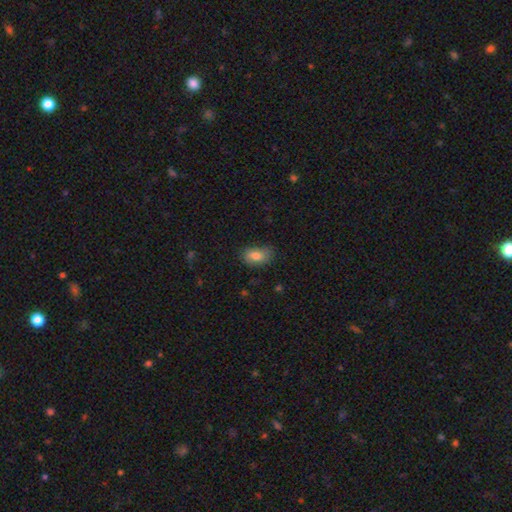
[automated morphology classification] This is clearly a smooth galaxy (82%). How rounded: clearly in between (89%). Merging: likely none (68%).